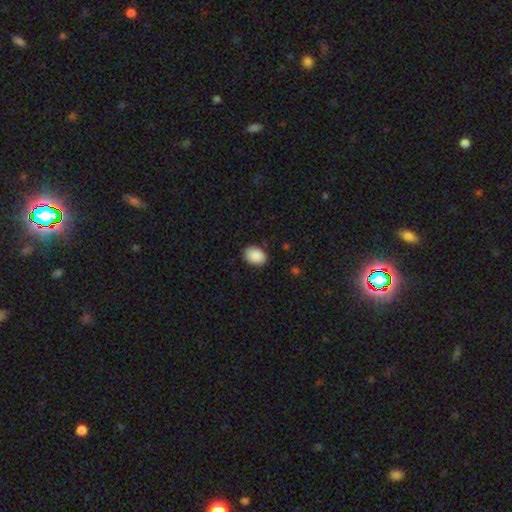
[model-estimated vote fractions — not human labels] smooth_or_featured: smooth (p=0.90) [alt: star or artifact p=0.07]
how_rounded: in between (p=0.81) [alt: round p=0.18]
merging: none (p=0.84) [alt: minor disturbance p=0.12]